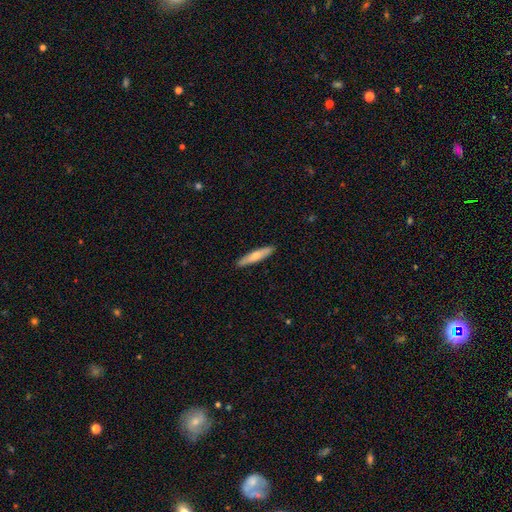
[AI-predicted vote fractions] A smooth galaxy with no disk features (67%) that is cigar-shaped (87%). Merging: none (90%).